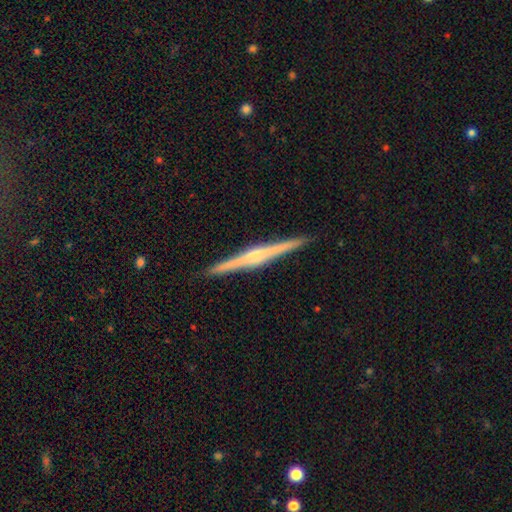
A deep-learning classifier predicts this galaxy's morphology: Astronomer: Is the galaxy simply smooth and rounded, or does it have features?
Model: featured or disk — 79%.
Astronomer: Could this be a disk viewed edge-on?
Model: yes — 99%.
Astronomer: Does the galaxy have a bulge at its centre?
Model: rounded — 66%.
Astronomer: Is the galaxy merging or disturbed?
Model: none — 93%.